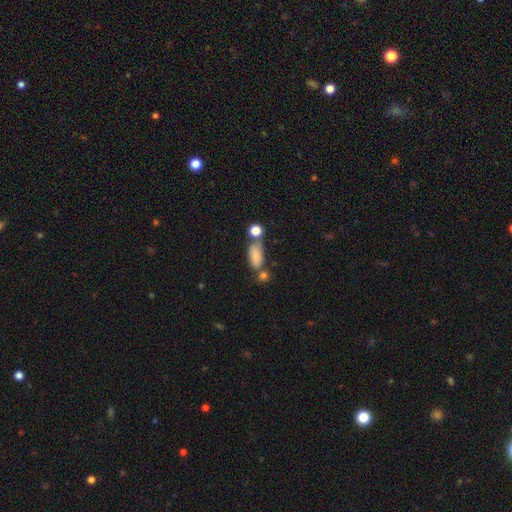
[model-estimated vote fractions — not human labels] Q: Smooth or featured?
A: smooth (79%); runner-up: featured or disk (12%)
Q: How rounded?
A: in between (86%); runner-up: cigar-shaped (8%)
Q: Merging?
A: none (51%); runner-up: merger (25%)